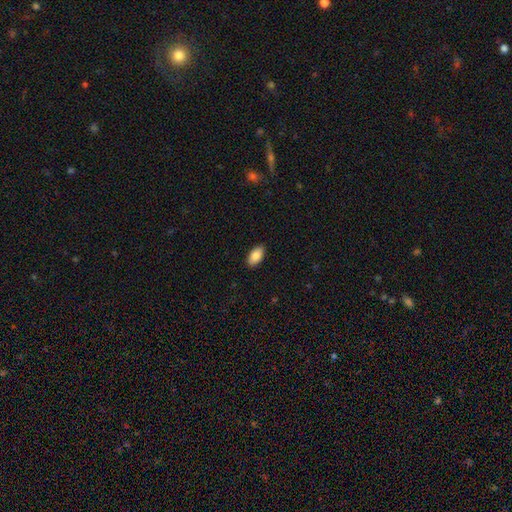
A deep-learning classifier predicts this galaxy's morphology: This is clearly a smooth galaxy (87%). How rounded: clearly in between (94%). Merging: clearly none (89%).